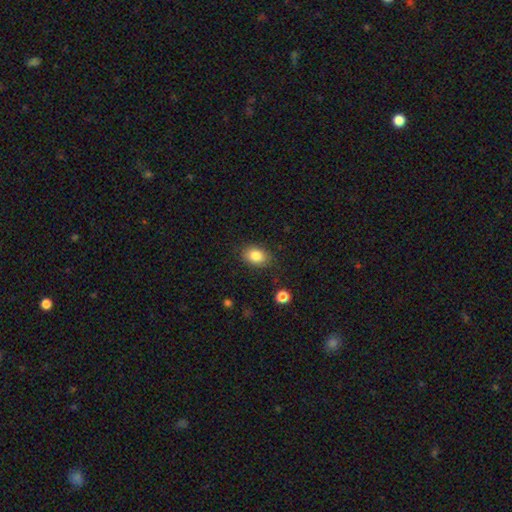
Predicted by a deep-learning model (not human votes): Smooth or featured? smooth (84%)
How rounded? in between (74%)
Merging? none (83%)